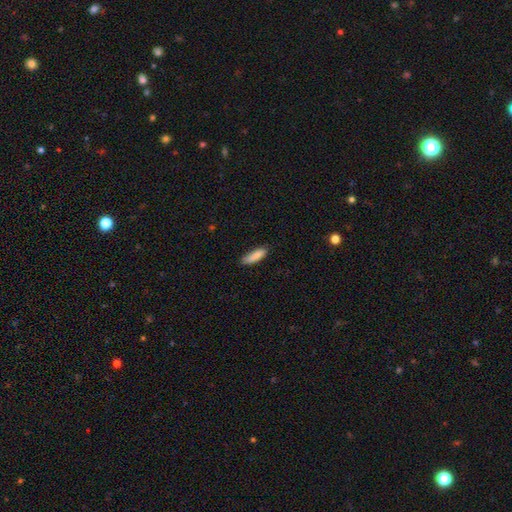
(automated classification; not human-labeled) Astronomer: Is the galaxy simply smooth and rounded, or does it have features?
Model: smooth — 87%.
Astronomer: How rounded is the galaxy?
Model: cigar-shaped — 54% (runner-up: in between, 44%).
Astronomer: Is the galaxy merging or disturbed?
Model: none — 76%.